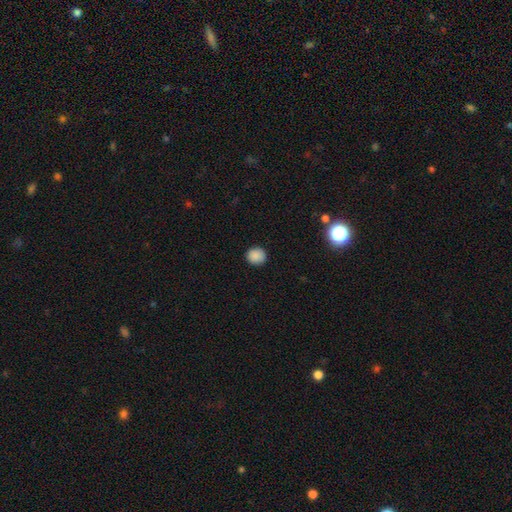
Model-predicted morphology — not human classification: Smooth or featured: smooth — 88% (star or artifact — 9%)
How rounded: round — 86% (in between — 13%)
Merging: none — 90% (minor disturbance — 7%)